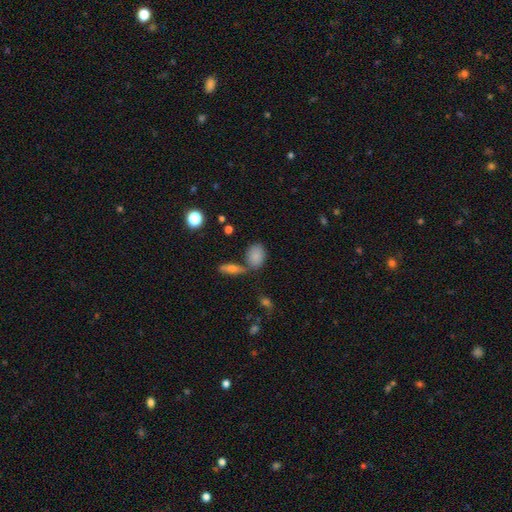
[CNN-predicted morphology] This appears to be a smooth galaxy with no disk features (82%) that is in between round and cigar-shaped (75%). Merging: none (64%).